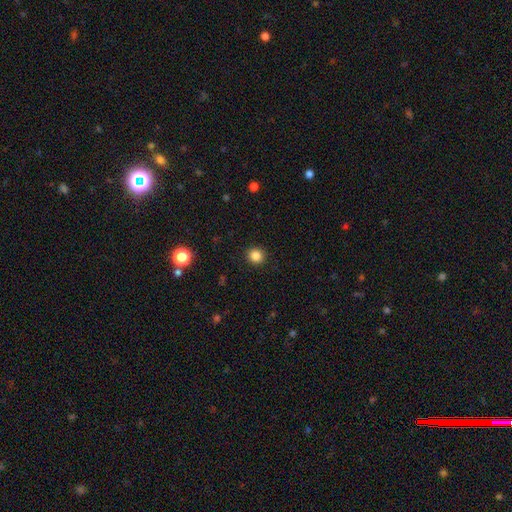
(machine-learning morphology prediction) smooth-or-featured: smooth: 84% | star or artifact: 12% | featured or disk: 4%
  how-rounded: round: 91% | in between: 8% | cigar-shaped: 1%
  merging: none: 92% | minor disturbance: 5% | major disturbance: 2% | merger: 1%